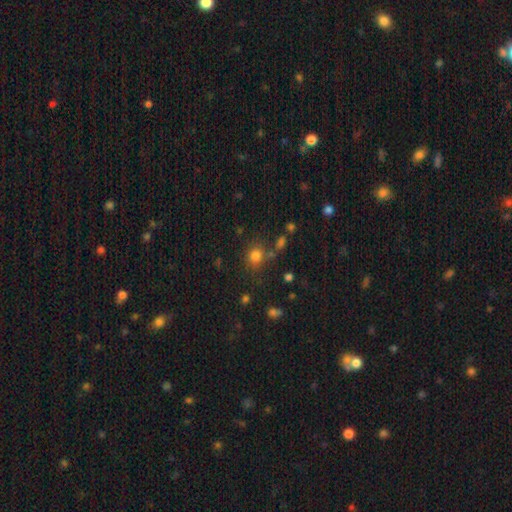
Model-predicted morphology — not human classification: Smooth or featured: smooth — 78% (star or artifact — 16%)
How rounded: round — 80% (in between — 19%)
Merging: none — 72% (minor disturbance — 13%)